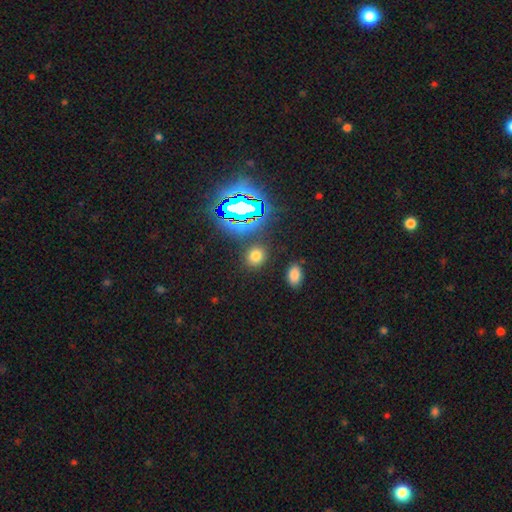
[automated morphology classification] smooth-or-featured: smooth: 68% | star or artifact: 26% | featured or disk: 7%
  how-rounded: round: 65% | in between: 34% | cigar-shaped: 2%
  merging: none: 87% | minor disturbance: 7% | merger: 3% | major disturbance: 3%